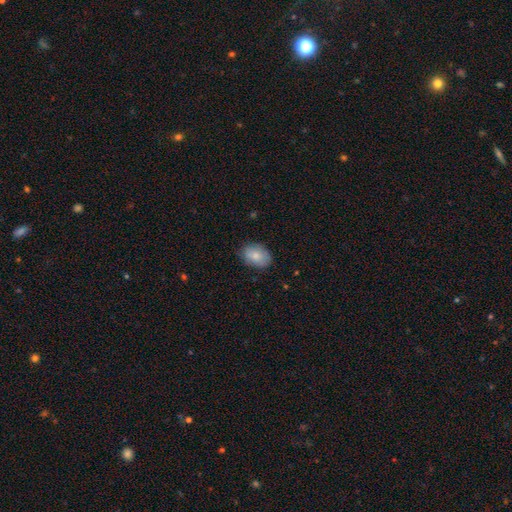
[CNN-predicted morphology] Smooth or featured? Predicted: smooth (p=0.81). How rounded? Predicted: in between (p=0.80). Merging? Predicted: none (p=0.81).